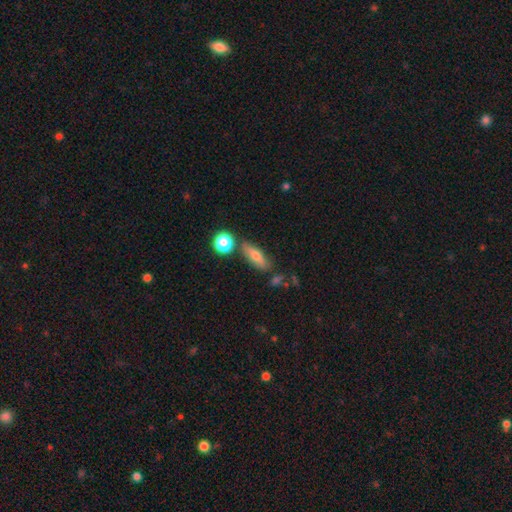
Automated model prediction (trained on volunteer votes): smooth 63%, featured or disk 27%, star or artifact 9%. Down the decision tree: how rounded — in between (49%); merging — none (73%).